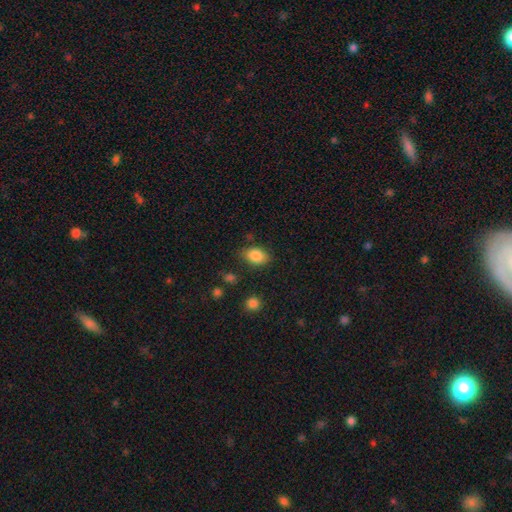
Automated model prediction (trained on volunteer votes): smooth 85%, star or artifact 9%, featured or disk 6%. Down the decision tree: how rounded — in between (79%); merging — none (76%).